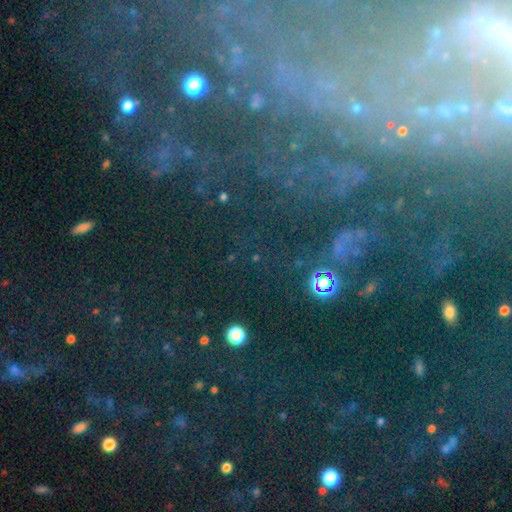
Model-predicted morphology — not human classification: Smooth or featured? Predicted: star or artifact (p=0.52).